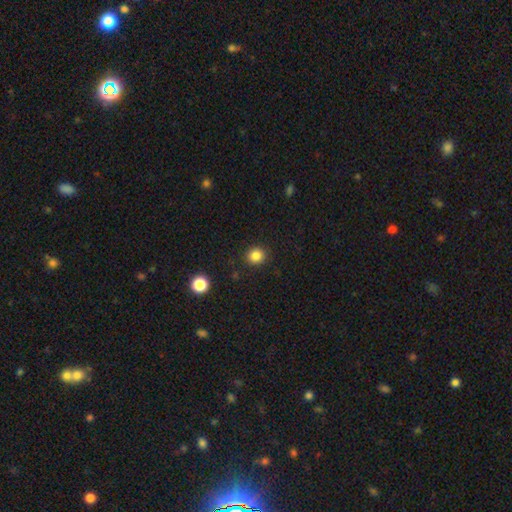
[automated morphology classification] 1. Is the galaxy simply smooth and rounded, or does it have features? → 84% smooth, 11% star or artifact, 4% featured or disk.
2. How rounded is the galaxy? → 87% round, 13% in between, 1% cigar-shaped.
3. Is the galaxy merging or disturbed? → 90% none, 6% minor disturbance, 2% major disturbance, 1% merger.